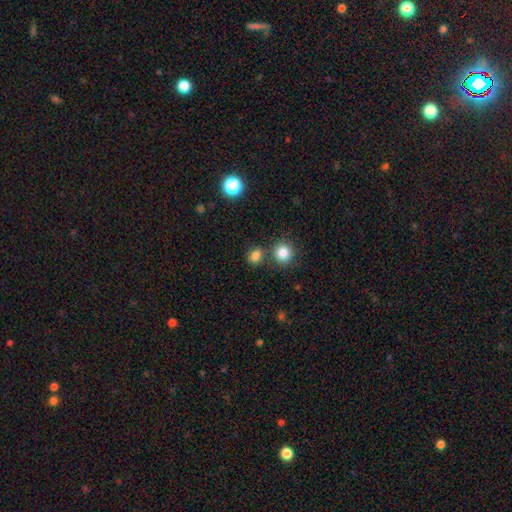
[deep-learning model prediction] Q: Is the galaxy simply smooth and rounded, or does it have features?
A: smooth — 81%.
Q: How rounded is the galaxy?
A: round — 59%.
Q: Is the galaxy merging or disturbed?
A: none — 68%.